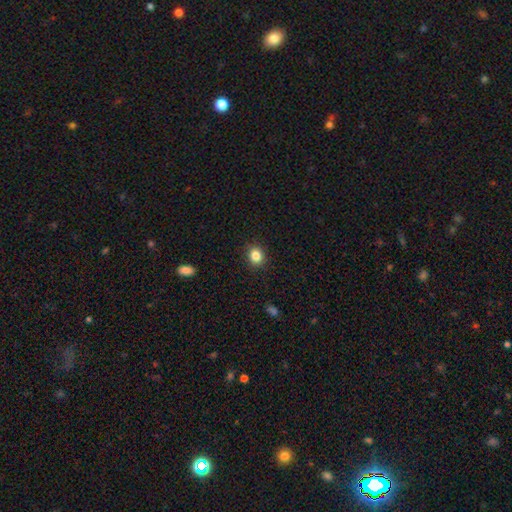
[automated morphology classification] Smooth or featured?
  - smooth: 84% *
  - star or artifact: 11%
  - featured or disk: 5%
How rounded?
  - round: 69% *
  - in between: 30%
  - cigar-shaped: 1%
Merging?
  - none: 90% *
  - minor disturbance: 7%
  - major disturbance: 2%
  - merger: 1%